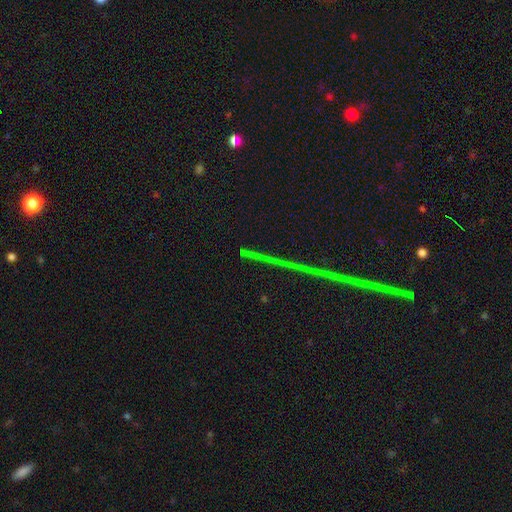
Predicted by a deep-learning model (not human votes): star or artifact 82%, featured or disk 11%, smooth 7%.